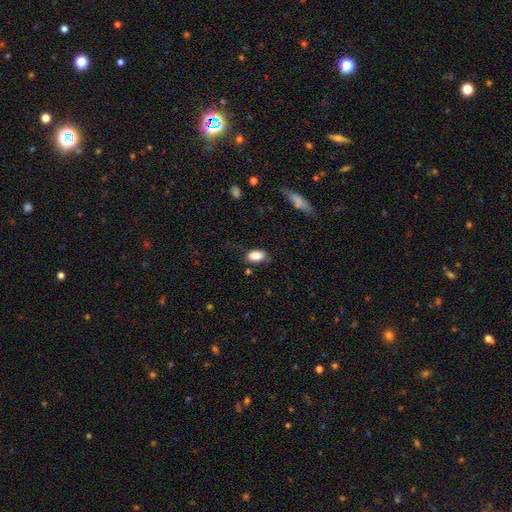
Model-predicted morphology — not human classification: Smooth or featured? smooth (87%)
How rounded? in between (90%)
Merging? none (70%)